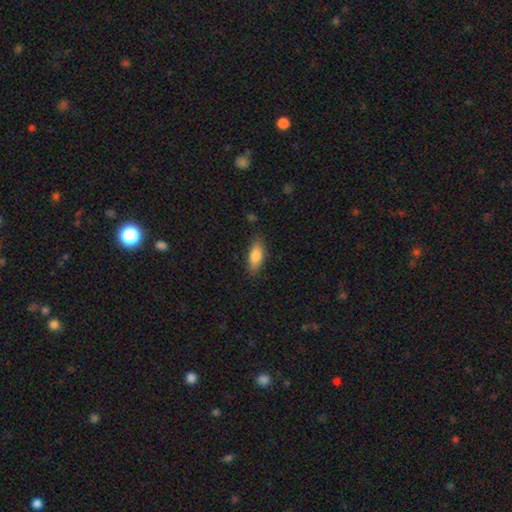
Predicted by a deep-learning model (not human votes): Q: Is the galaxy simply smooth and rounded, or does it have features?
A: smooth — 83%.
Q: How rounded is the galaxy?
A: in between — 78%.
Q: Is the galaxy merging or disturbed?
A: none — 81%.